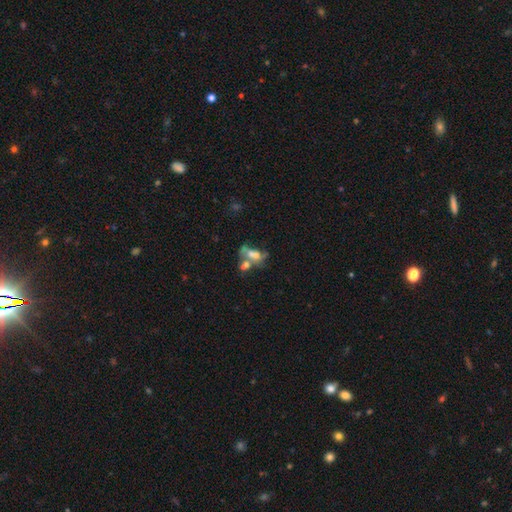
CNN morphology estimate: Overall: featured or disk (44%; smooth 41%). Merging: merger (54%; none 19%).